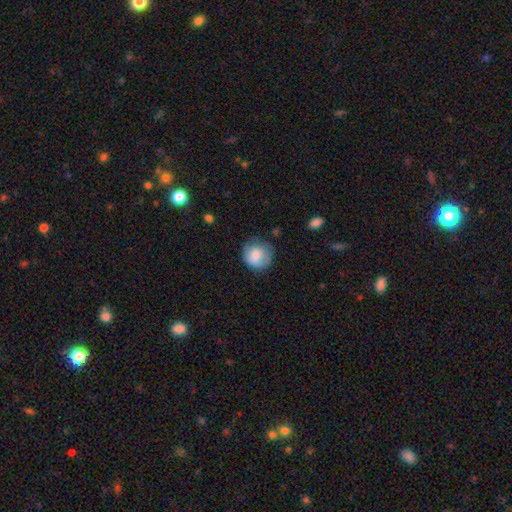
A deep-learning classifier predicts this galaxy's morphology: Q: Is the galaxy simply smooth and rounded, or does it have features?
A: smooth — 78%.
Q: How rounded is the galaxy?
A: round — 87%.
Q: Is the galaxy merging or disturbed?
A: none — 66%.